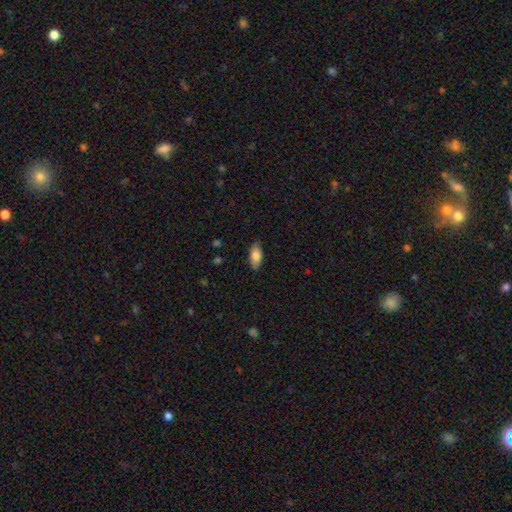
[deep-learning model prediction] Smooth or featured?
  - smooth: 82% *
  - featured or disk: 11%
  - star or artifact: 6%
How rounded?
  - in between: 88% *
  - cigar-shaped: 10%
  - round: 2%
Merging?
  - none: 85% *
  - minor disturbance: 12%
  - major disturbance: 2%
  - merger: 1%